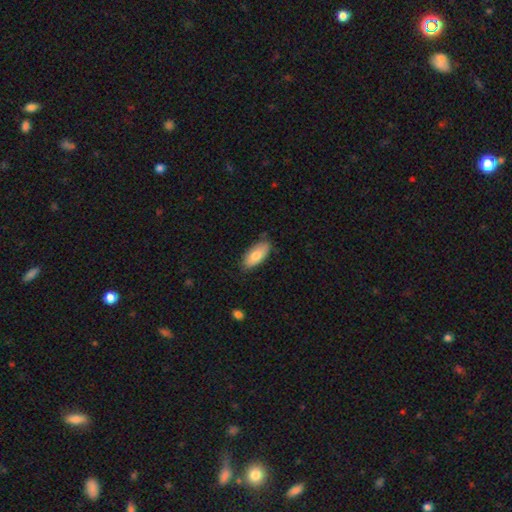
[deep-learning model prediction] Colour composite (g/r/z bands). It shows a smooth galaxy with no disk features (80%) that is in between round and cigar-shaped (90%). Merging: none (76%).